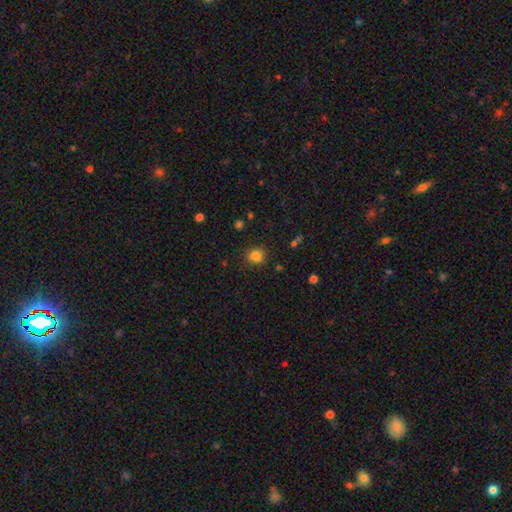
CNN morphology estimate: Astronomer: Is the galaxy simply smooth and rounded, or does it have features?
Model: smooth — 82%.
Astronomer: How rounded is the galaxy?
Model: round — 85%.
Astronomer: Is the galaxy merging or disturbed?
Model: none — 86%.